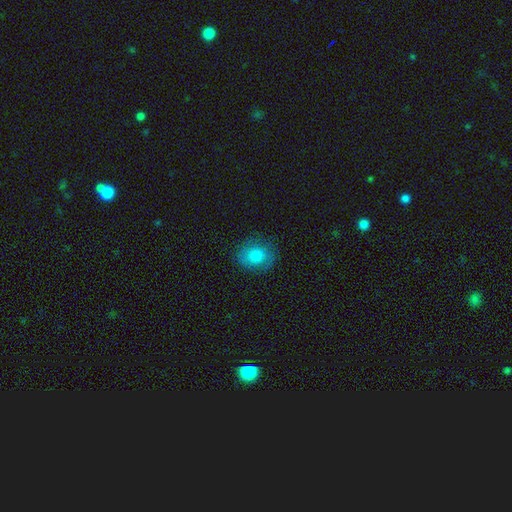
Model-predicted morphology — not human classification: Smooth or featured?
  - smooth: 76% *
  - featured or disk: 15%
  - star or artifact: 9%
How rounded?
  - round: 69% *
  - in between: 30%
  - cigar-shaped: 1%
Merging?
  - none: 80% *
  - minor disturbance: 14%
  - major disturbance: 5%
  - merger: 1%